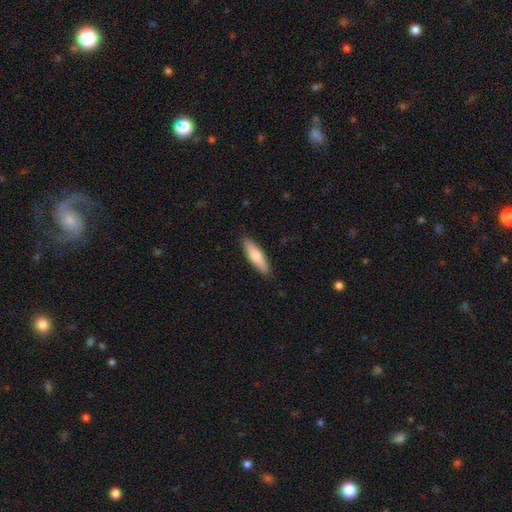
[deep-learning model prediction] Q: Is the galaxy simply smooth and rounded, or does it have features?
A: smooth — 69%.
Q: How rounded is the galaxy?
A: cigar-shaped — 62%.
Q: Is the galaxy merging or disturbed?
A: none — 89%.